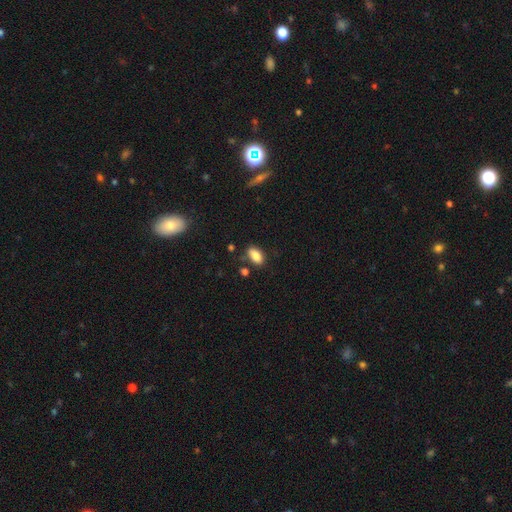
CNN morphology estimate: smooth 85%, star or artifact 8%, featured or disk 7%. Down the decision tree: how rounded — in between (91%); merging — none (76%).